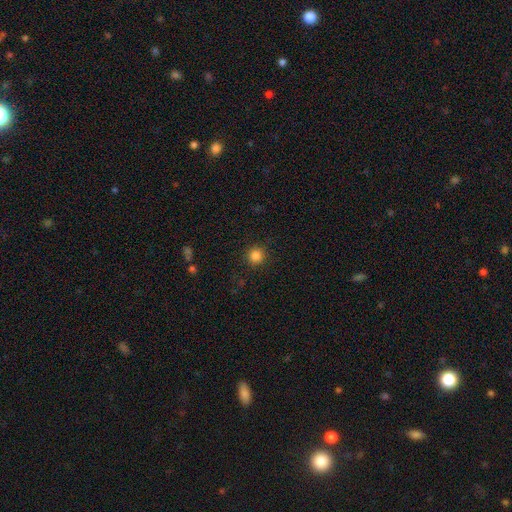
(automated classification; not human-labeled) Smooth or featured: smooth — 84% (star or artifact — 12%)
How rounded: round — 95% (in between — 4%)
Merging: none — 91% (minor disturbance — 6%)